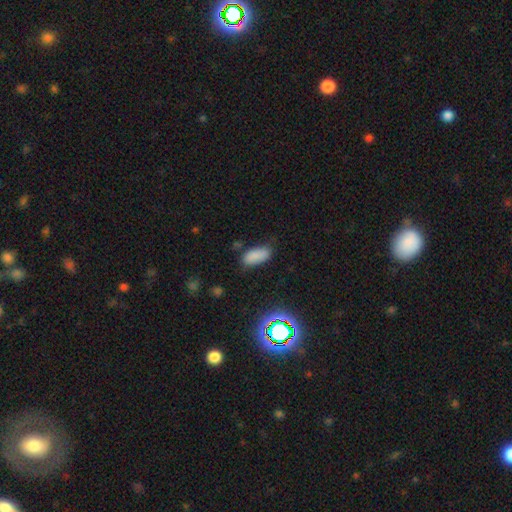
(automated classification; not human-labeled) A smooth galaxy with no disk features (83%) that is in between round and cigar-shaped (89%). Merging: none (72%).